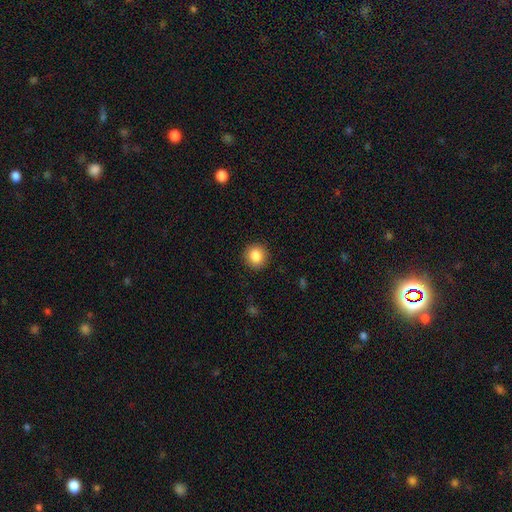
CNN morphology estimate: A smooth galaxy with no disk features (86%) that is round (89%).

Vote fractions:
- Smooth or featured? smooth: 86% / star or artifact: 9% / featured or disk: 5%
- How rounded? round: 89% / in between: 10% / cigar-shaped: 1%
- Merging? none: 91% / minor disturbance: 6% / major disturbance: 2% / merger: 1%